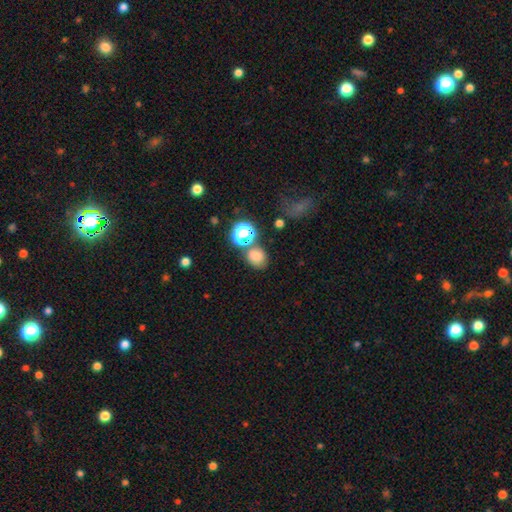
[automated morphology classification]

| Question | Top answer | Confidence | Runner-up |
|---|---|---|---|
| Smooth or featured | smooth | 74% | star or artifact (18%) |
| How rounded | round | 61% | in between (38%) |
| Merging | none | 61% | merger (20%) |